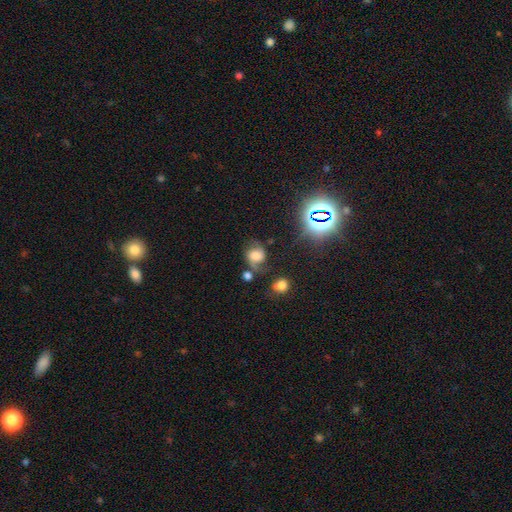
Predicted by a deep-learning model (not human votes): This appears to be a featured or disk galaxy (49%). Merging: none (54%).